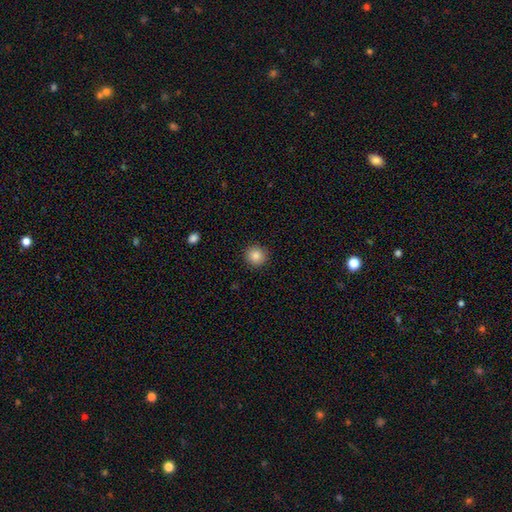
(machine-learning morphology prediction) smooth-or-featured: smooth: 86% | star or artifact: 10% | featured or disk: 5%
  how-rounded: round: 94% | in between: 5% | cigar-shaped: 1%
  merging: none: 92% | minor disturbance: 5% | major disturbance: 2% | merger: 1%